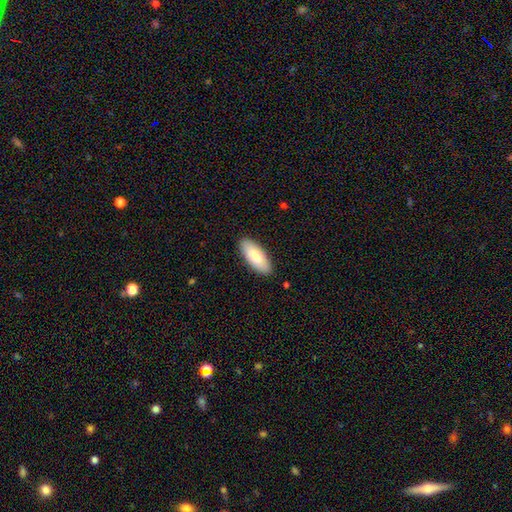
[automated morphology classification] A smooth galaxy with no disk features (78%) that is in between round and cigar-shaped (83%). Merging: none (89%).